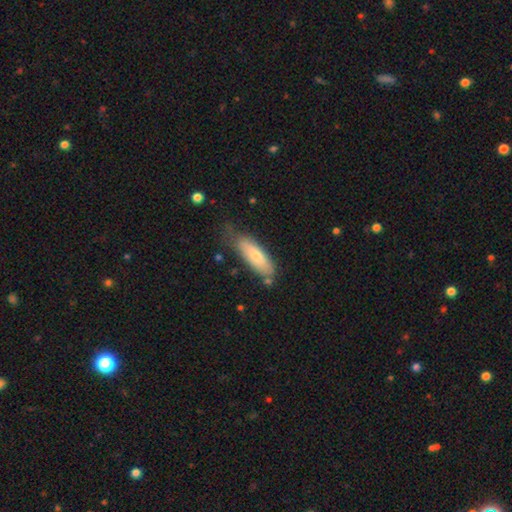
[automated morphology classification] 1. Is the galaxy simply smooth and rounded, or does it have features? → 72% smooth, 22% featured or disk, 6% star or artifact.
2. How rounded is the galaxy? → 53% in between, 45% cigar-shaped, 2% round.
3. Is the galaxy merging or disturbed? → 62% none, 27% minor disturbance, 7% major disturbance, 5% merger.